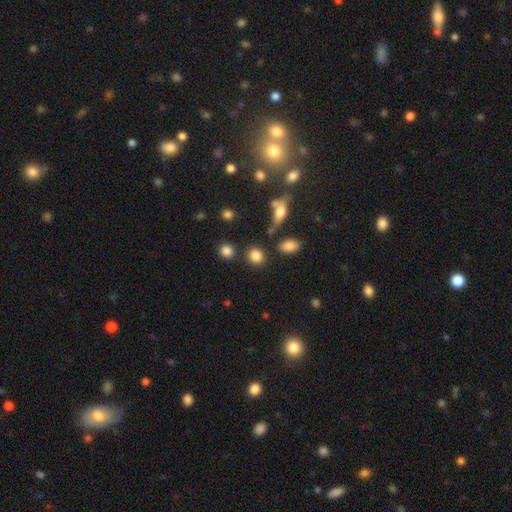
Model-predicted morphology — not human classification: smooth 84%, star or artifact 10%, featured or disk 6%. Down the decision tree: how rounded — round (71%); merging — none (81%).